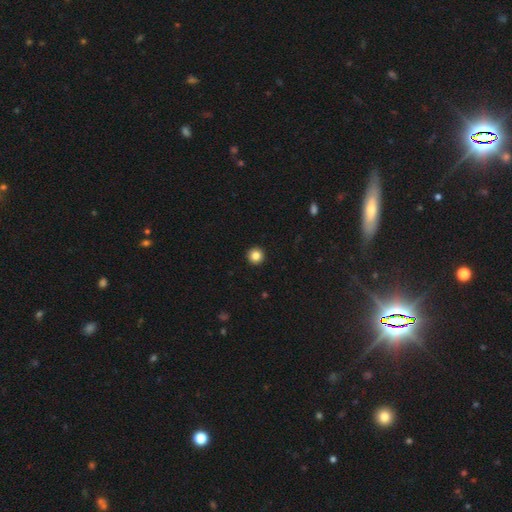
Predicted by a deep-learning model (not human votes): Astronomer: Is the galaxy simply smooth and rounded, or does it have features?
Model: smooth — 85%.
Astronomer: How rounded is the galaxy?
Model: round — 96%.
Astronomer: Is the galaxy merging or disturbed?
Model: none — 94%.